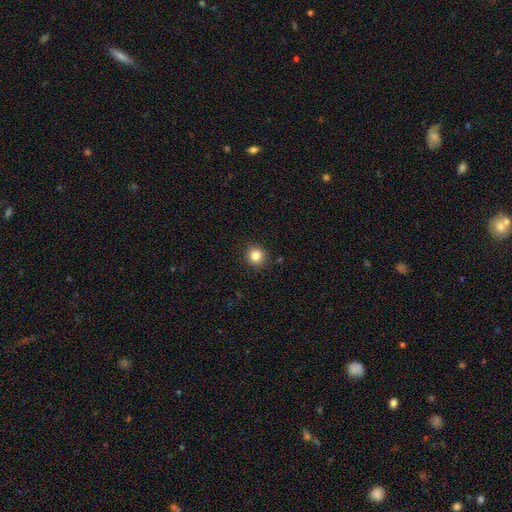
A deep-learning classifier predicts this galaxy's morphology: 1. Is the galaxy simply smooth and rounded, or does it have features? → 84% smooth, 11% star or artifact, 5% featured or disk.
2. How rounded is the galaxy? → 89% round, 10% in between, 1% cigar-shaped.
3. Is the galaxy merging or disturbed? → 90% none, 7% minor disturbance, 2% major disturbance, 1% merger.